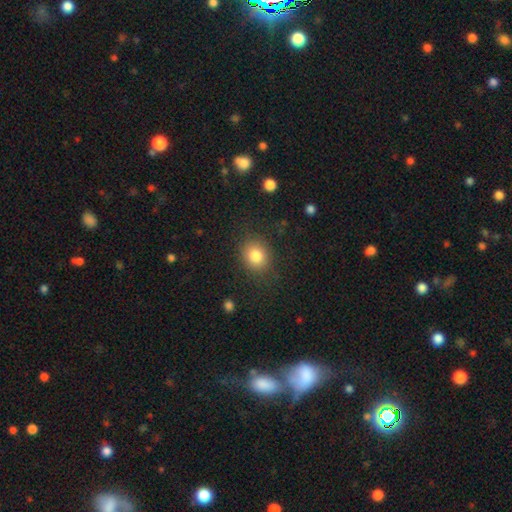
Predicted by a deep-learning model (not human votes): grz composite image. It shows a smooth galaxy with no disk features (82%) that is round (67%). Merging: none (83%).